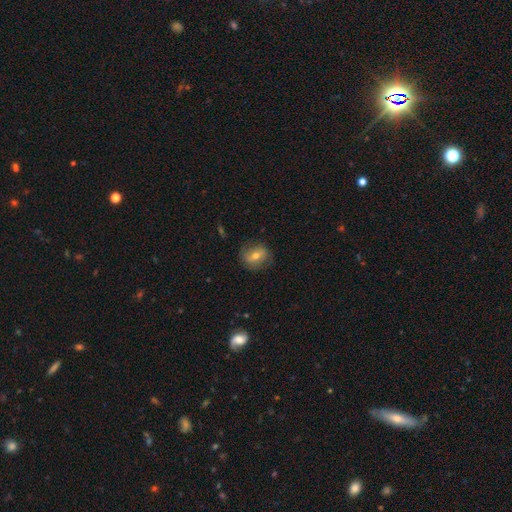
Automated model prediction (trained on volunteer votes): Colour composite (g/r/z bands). It shows a smooth galaxy with no disk features (50%) that is round (62%). Merging: none (77%).